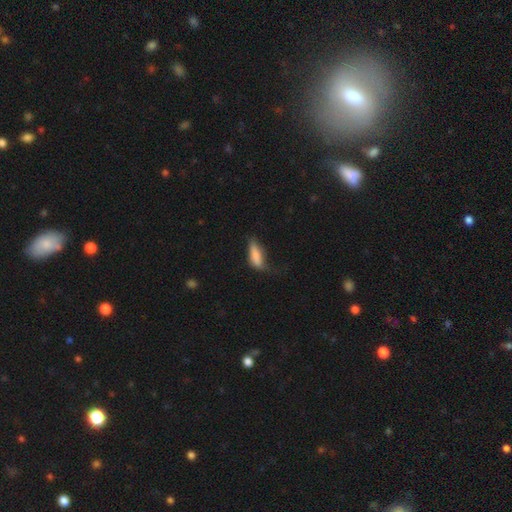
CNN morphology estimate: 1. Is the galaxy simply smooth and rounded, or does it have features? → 79% smooth, 13% featured or disk, 8% star or artifact.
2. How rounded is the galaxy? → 60% in between, 37% cigar-shaped, 2% round.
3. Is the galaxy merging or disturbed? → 39% minor disturbance, 33% none, 25% major disturbance, 3% merger.